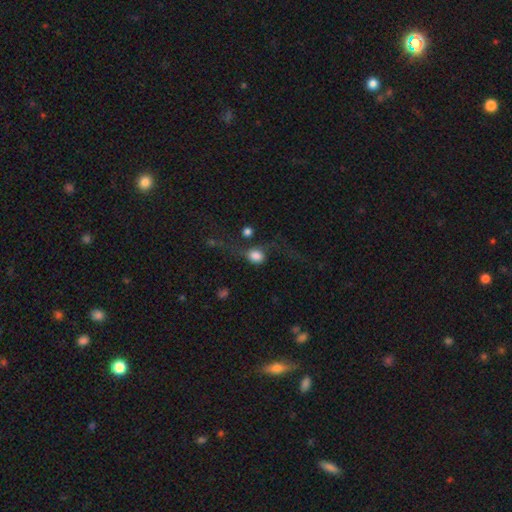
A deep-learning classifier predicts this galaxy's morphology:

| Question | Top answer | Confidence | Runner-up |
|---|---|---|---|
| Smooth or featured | smooth | 68% | featured or disk (20%) |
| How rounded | round | 70% | in between (28%) |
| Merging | none | 38% | major disturbance (34%) |